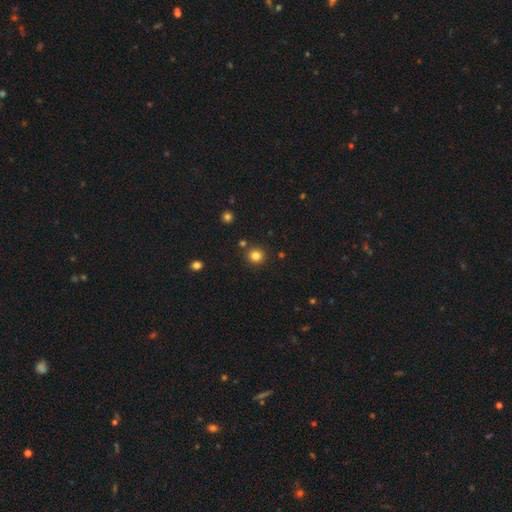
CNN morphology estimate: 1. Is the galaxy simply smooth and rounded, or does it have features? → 82% smooth, 13% star or artifact, 5% featured or disk.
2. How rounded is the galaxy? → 93% round, 6% in between, 1% cigar-shaped.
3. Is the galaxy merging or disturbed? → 87% none, 6% minor disturbance, 5% merger, 2% major disturbance.